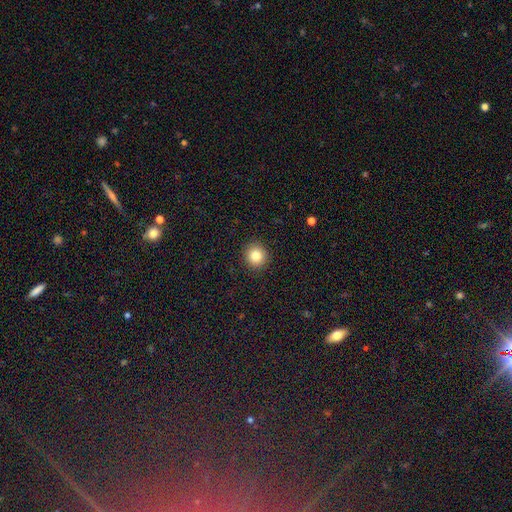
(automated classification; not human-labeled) Morphology: type=smooth (85%); roundness=round (92%); merging=none (92%).